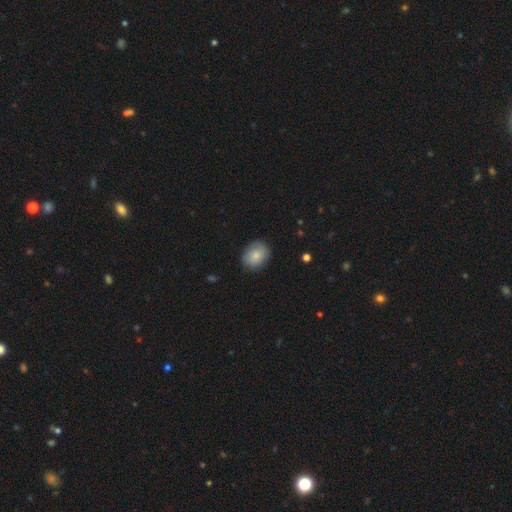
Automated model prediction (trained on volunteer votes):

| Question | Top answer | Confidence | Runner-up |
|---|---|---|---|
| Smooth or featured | smooth | 84% | featured or disk (9%) |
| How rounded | in between | 57% | round (42%) |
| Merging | none | 83% | minor disturbance (13%) |